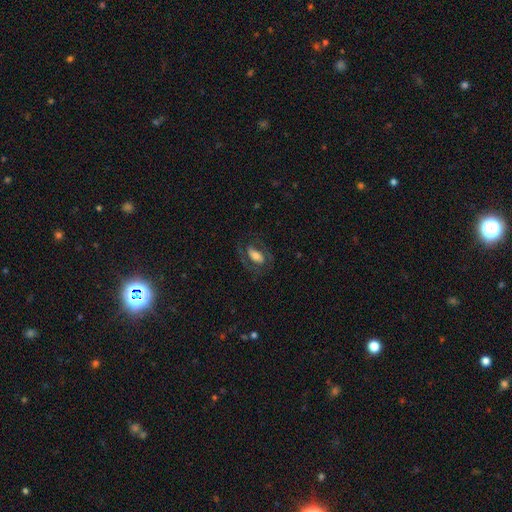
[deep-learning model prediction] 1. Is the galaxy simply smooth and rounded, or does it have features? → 51% featured or disk, 41% smooth, 8% star or artifact.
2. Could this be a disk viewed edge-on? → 90% no, 10% yes.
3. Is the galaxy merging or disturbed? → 66% none, 16% major disturbance, 16% minor disturbance, 1% merger.